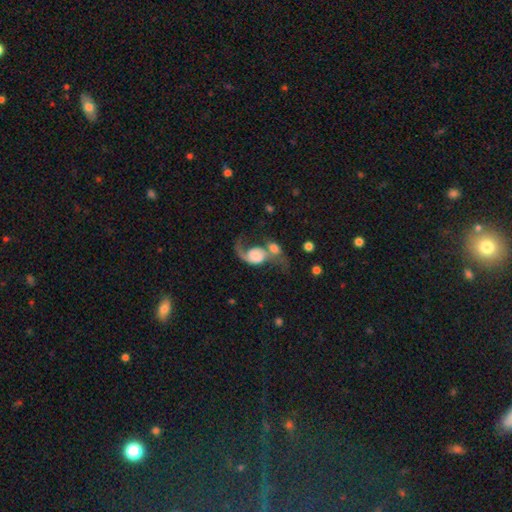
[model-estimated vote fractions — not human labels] This is likely a featured or disk galaxy (69%). It is clearly not viewed edge-on (97%). Bar: likely no (66%). Spiral arm pattern: clearly yes (90%). Spiral arm count: possibly 2 (53%). Spiral winding: likely loose (72%). Central bulge: marginally none (27%). Merging: possibly merger (55%).